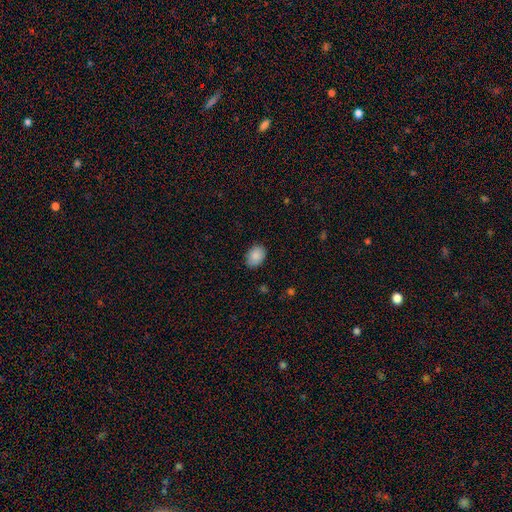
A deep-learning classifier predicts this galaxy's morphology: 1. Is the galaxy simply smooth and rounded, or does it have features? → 88% smooth, 7% star or artifact, 5% featured or disk.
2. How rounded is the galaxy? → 77% in between, 22% round, 1% cigar-shaped.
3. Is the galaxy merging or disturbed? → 83% none, 13% minor disturbance, 2% major disturbance, 1% merger.